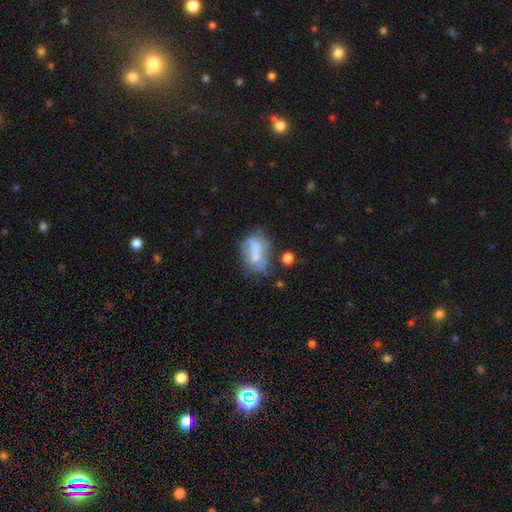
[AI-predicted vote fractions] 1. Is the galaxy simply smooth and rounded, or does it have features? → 51% smooth, 38% featured or disk, 11% star or artifact.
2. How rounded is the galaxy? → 81% in between, 11% round, 7% cigar-shaped.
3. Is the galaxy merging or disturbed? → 38% none, 28% minor disturbance, 21% major disturbance, 13% merger.